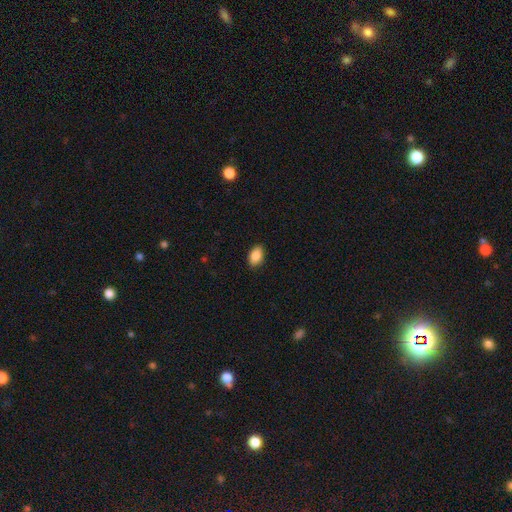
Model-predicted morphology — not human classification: Smooth or featured? smooth (89%)
How rounded? in between (91%)
Merging? none (88%)